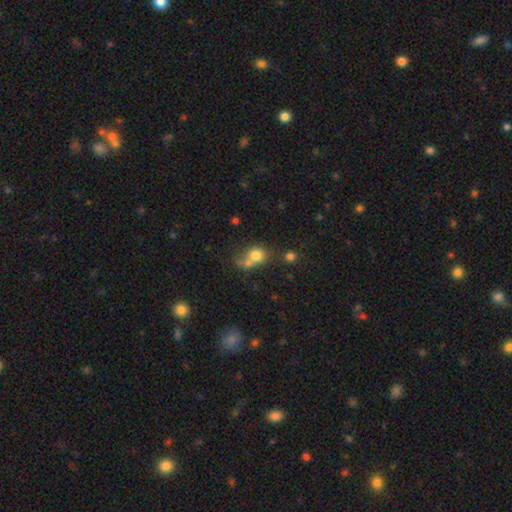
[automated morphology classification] Smooth or featured? Predicted: smooth (p=0.73). How rounded? Predicted: round (p=0.65). Merging? Predicted: merger (p=0.49).